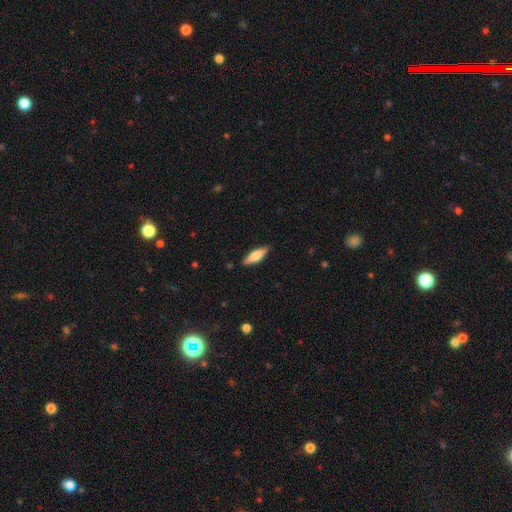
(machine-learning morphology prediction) smooth 65%, featured or disk 29%, star or artifact 6%. Down the decision tree: how rounded — cigar-shaped (53%); merging — none (87%).